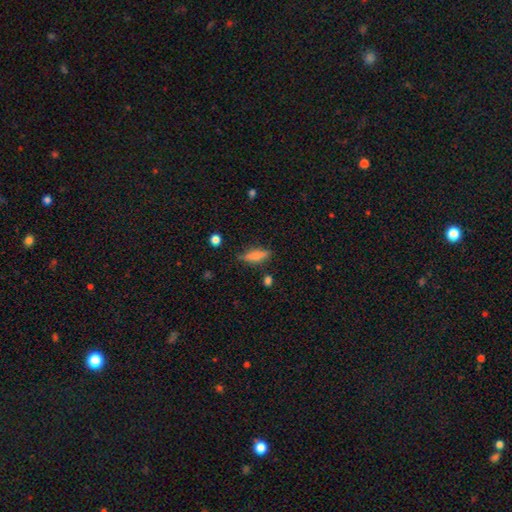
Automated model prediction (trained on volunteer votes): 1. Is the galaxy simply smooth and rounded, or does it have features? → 72% smooth, 19% featured or disk, 8% star or artifact.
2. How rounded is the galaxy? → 49% cigar-shaped, 48% in between, 3% round.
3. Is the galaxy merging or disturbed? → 73% none, 19% minor disturbance, 5% major disturbance, 3% merger.